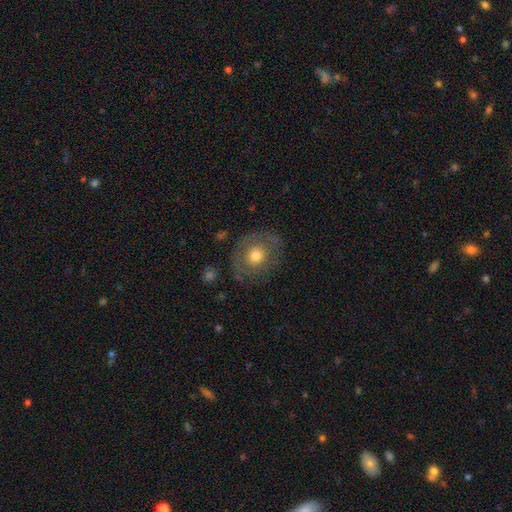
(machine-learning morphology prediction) Overall: smooth (59%; featured or disk 33%). How rounded: round (72%). Merging: none (77%).